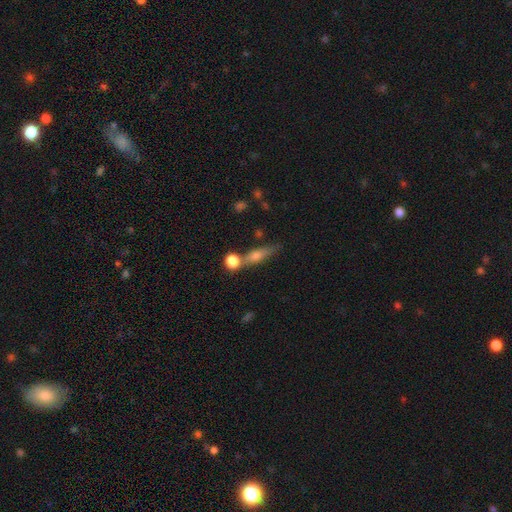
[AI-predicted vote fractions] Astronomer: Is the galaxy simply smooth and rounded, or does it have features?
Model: smooth — 48% (runner-up: featured or disk, 41%).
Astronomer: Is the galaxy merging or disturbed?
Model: none — 63%.